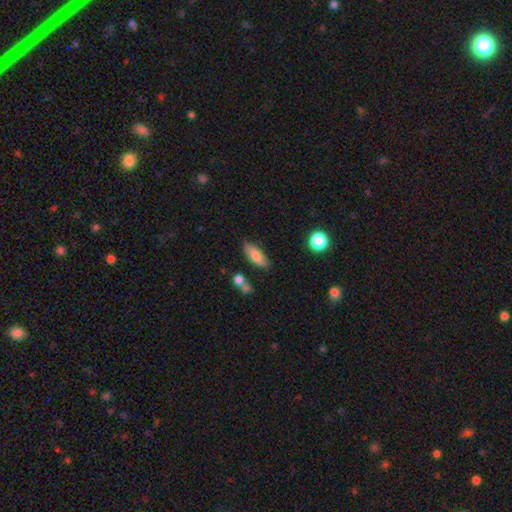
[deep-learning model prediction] This appears to be a smooth galaxy with no disk features (80%) that is in between round and cigar-shaped (69%). Merging: none (74%).